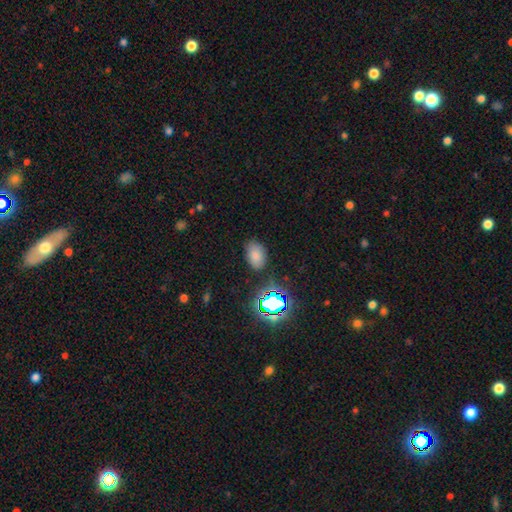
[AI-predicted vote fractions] Smooth or featured? Predicted: smooth (p=0.74). How rounded? Predicted: in between (p=0.86). Merging? Predicted: none (p=0.79).